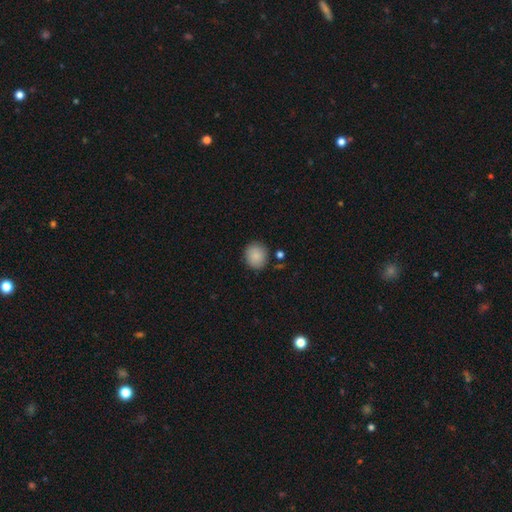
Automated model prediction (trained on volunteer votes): smooth 88%, star or artifact 8%, featured or disk 5%. Down the decision tree: how rounded — round (78%); merging — none (84%).